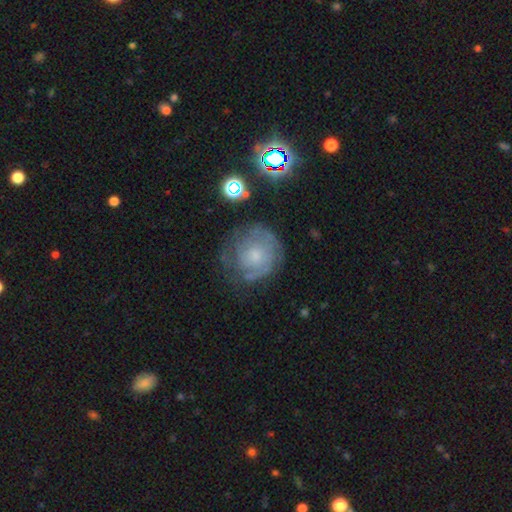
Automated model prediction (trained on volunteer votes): smooth-or-featured: featured or disk: 62% | smooth: 27% | star or artifact: 10%
  disk-edge-on: no: 97% | yes: 3%
    bar: no: 80% | weak: 17% | strong: 3%
    has-spiral-arms: yes: 78% | no: 22%
    bulge-size: small: 50% | moderate: 35% | none: 10% | large: 4% | dominant: 1%
  merging: none: 65% | minor disturbance: 21% | major disturbance: 12% | merger: 2%